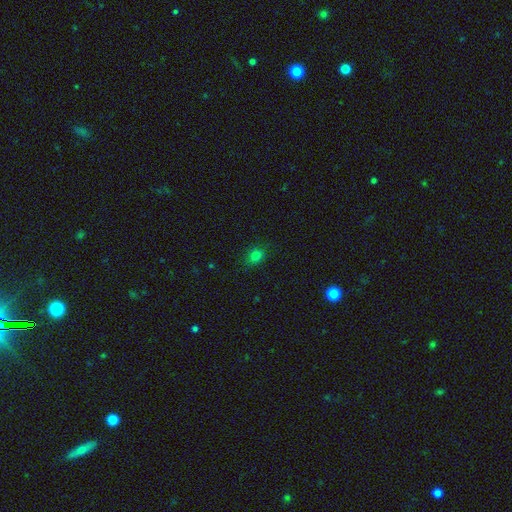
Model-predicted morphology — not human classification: Q: Smooth or featured?
A: smooth (77%); runner-up: star or artifact (17%)
Q: How rounded?
A: round (53%); runner-up: in between (46%)
Q: Merging?
A: none (85%); runner-up: minor disturbance (11%)